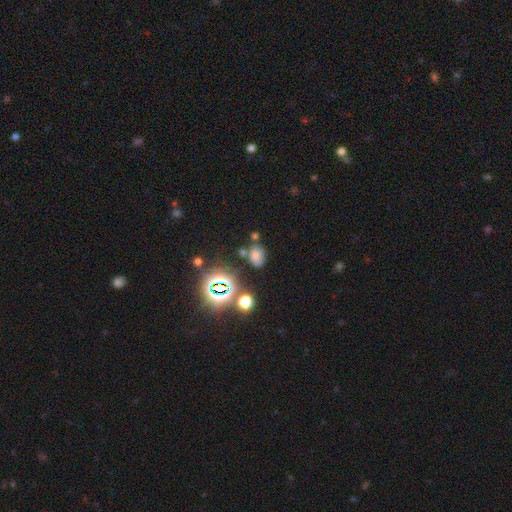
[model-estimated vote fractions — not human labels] Q: Smooth or featured?
A: smooth (56%); runner-up: star or artifact (30%)
Q: How rounded?
A: in between (76%); runner-up: round (23%)
Q: Merging?
A: none (63%); runner-up: minor disturbance (18%)